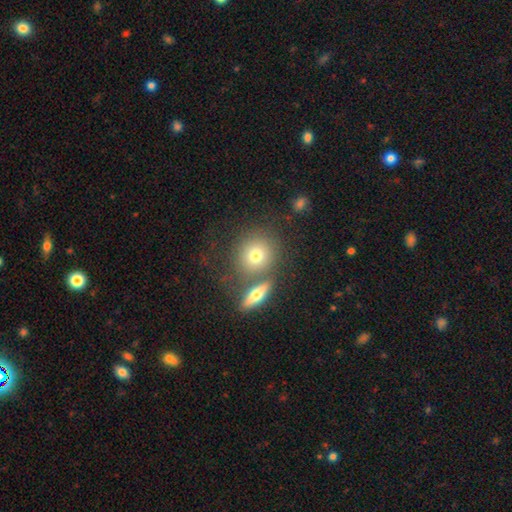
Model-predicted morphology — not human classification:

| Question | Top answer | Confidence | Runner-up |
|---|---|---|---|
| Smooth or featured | smooth | 73% | featured or disk (17%) |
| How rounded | round | 77% | in between (20%) |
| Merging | none | 61% | merger (24%) |